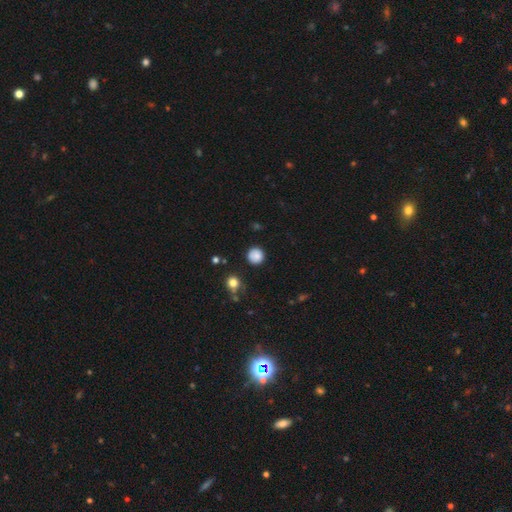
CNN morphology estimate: A smooth galaxy with no disk features (85%) that is round (94%).

Vote fractions:
- Smooth or featured? smooth: 85% / star or artifact: 10% / featured or disk: 5%
- How rounded? round: 94% / in between: 5% / cigar-shaped: 1%
- Merging? none: 87% / minor disturbance: 9% / major disturbance: 3% / merger: 2%